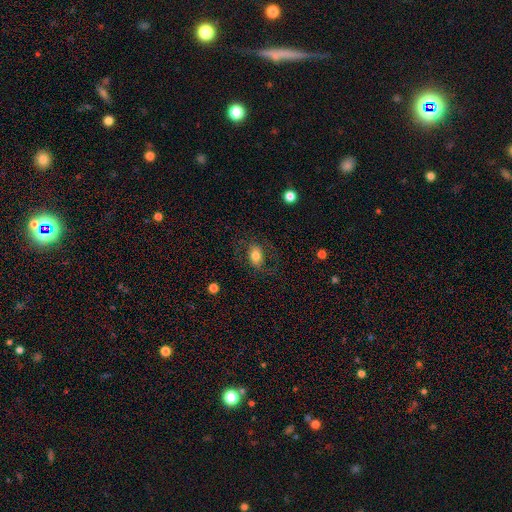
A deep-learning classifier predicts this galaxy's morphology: This is likely a smooth galaxy (63%). How rounded: likely in between (80%). Merging: likely none (68%).